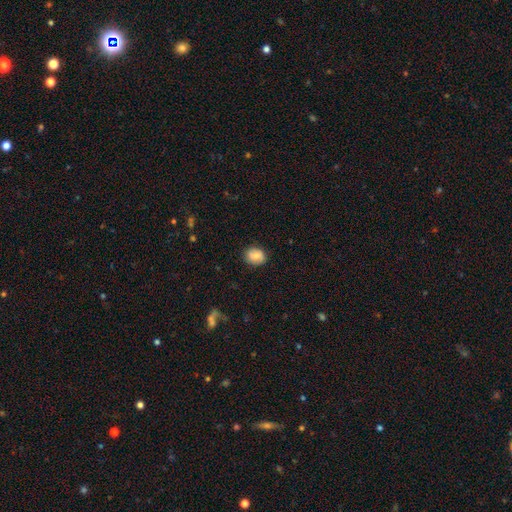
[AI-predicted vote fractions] smooth_or_featured: smooth (p=0.75) [alt: featured or disk p=0.16]
how_rounded: round (p=0.55) [alt: in between p=0.43]
merging: none (p=0.83) [alt: minor disturbance p=0.13]